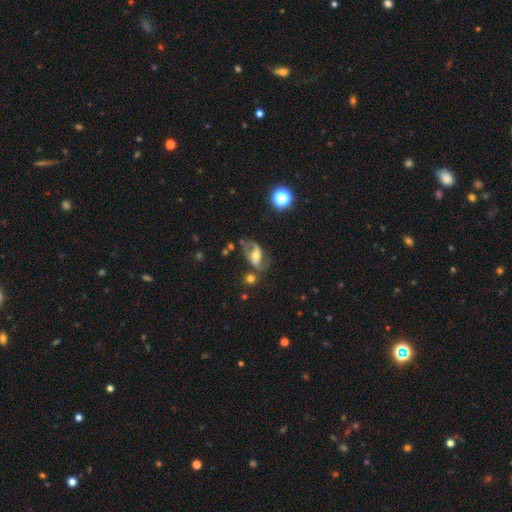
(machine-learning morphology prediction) This appears to be a featured or disk galaxy (67%) with a strong bar (37%), spiral arms (77%) and a moderate central bulge (63%). Merging: none (48%).